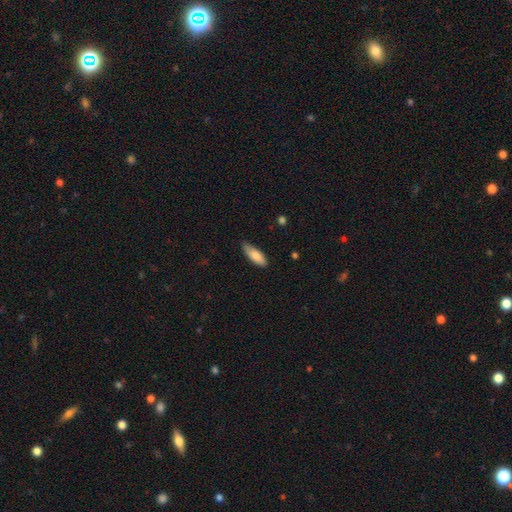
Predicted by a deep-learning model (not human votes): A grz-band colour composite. It shows a smooth galaxy with no disk features (83%) that is in between round and cigar-shaped (64%). Merging: none (73%).